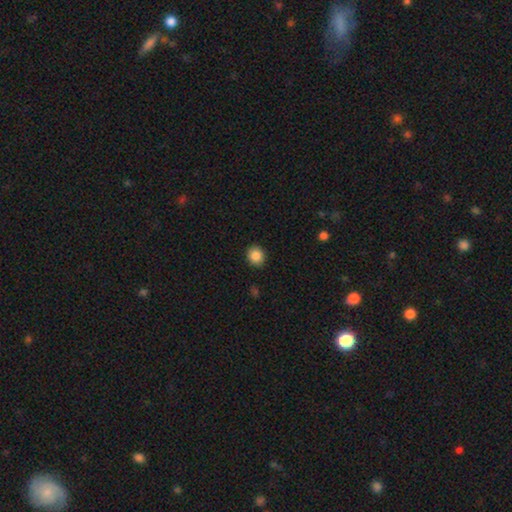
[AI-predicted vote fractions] Q: Smooth or featured?
A: smooth (87%); runner-up: star or artifact (9%)
Q: How rounded?
A: round (81%); runner-up: in between (18%)
Q: Merging?
A: none (91%); runner-up: minor disturbance (6%)